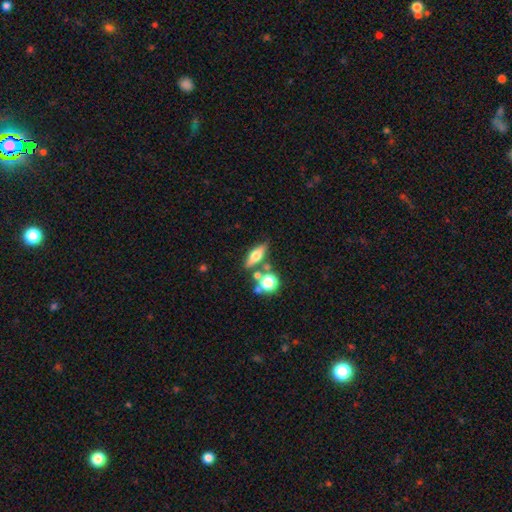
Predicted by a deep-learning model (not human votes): Smooth or featured? smooth (49%)
Merging? none (73%)